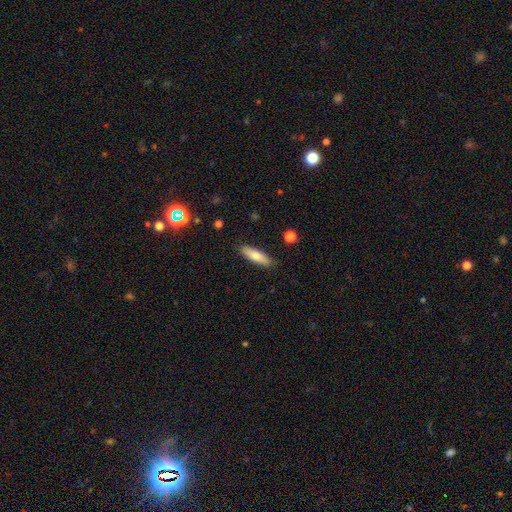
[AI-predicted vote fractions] smooth-or-featured: smooth: 72% | featured or disk: 21% | star or artifact: 6%
  how-rounded: cigar-shaped: 58% | in between: 41% | round: 2%
  merging: none: 88% | minor disturbance: 9% | major disturbance: 2% | merger: 1%